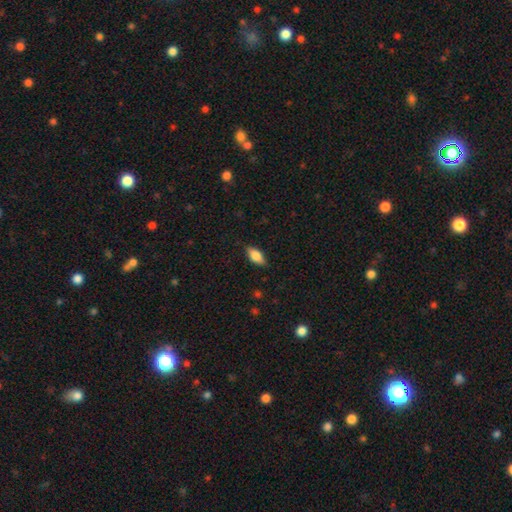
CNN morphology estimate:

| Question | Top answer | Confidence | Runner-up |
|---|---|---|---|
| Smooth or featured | smooth | 79% | featured or disk (14%) |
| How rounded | in between | 85% | cigar-shaped (12%) |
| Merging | none | 85% | minor disturbance (11%) |